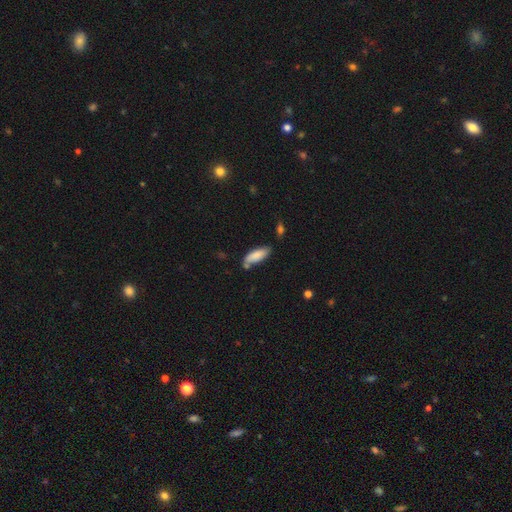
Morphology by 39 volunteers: Smooth or featured? 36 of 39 (92%) said smooth. How rounded? 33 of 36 (92%) said in between. Merging? 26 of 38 (68%) said none.